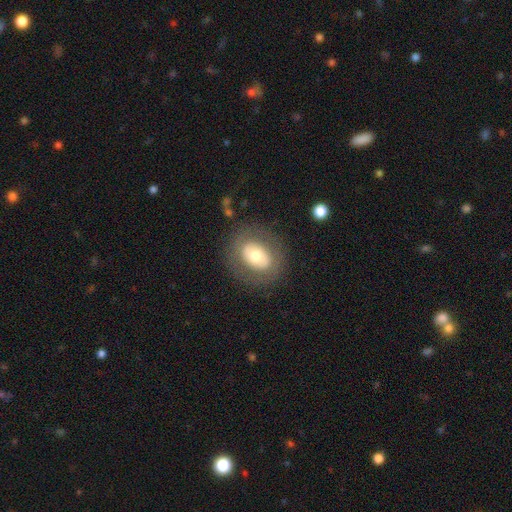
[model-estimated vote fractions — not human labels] smooth-or-featured: smooth: 56% | featured or disk: 36% | star or artifact: 8%
  how-rounded: round: 52% | in between: 47% | cigar-shaped: 1%
  merging: none: 81% | minor disturbance: 11% | major disturbance: 7% | merger: 1%